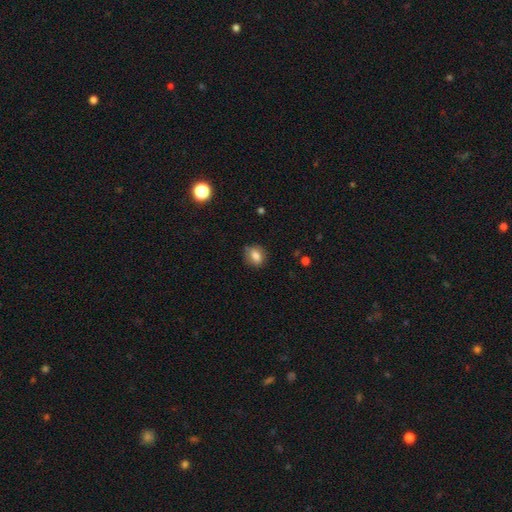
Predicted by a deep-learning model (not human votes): Smooth or featured? smooth (80%)
How rounded? in between (51%)
Merging? none (77%)